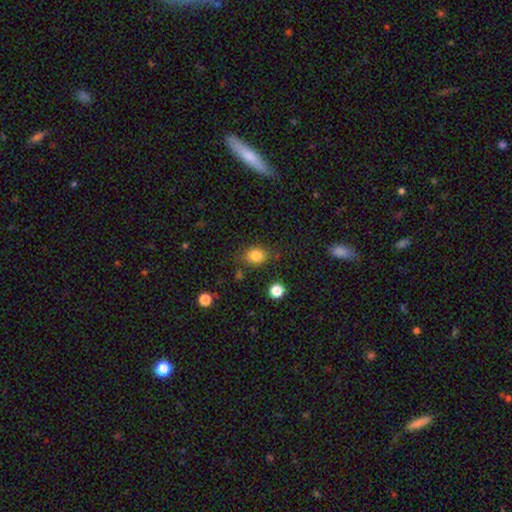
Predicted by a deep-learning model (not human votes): The model was most divided on "how rounded": round: 52%, in between: 47%, cigar-shaped: 1%. More confident: smooth or featured — smooth (83%); merging — none (75%).